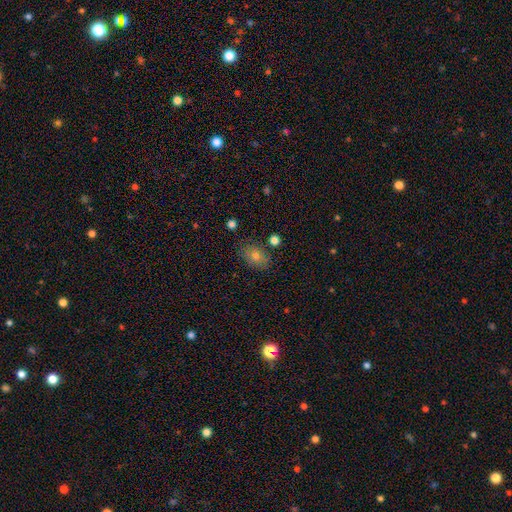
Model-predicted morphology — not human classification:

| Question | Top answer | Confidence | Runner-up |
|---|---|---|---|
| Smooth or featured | smooth | 71% | featured or disk (15%) |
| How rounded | in between | 73% | round (25%) |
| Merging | none | 80% | minor disturbance (13%) |